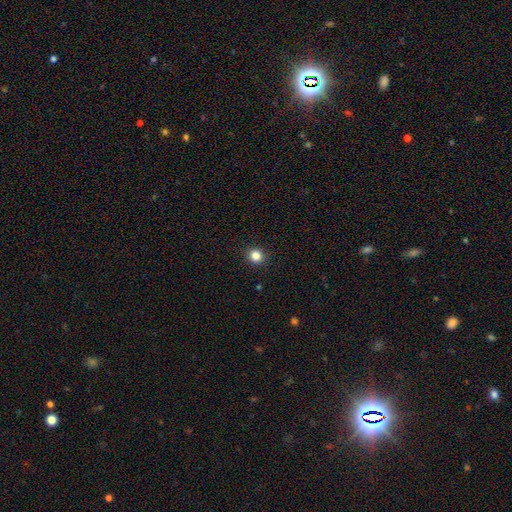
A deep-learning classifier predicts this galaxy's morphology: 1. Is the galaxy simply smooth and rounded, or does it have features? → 83% smooth, 13% star or artifact, 4% featured or disk.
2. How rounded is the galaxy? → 89% round, 10% in between, 1% cigar-shaped.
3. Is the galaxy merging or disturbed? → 92% none, 5% minor disturbance, 2% major disturbance, 1% merger.